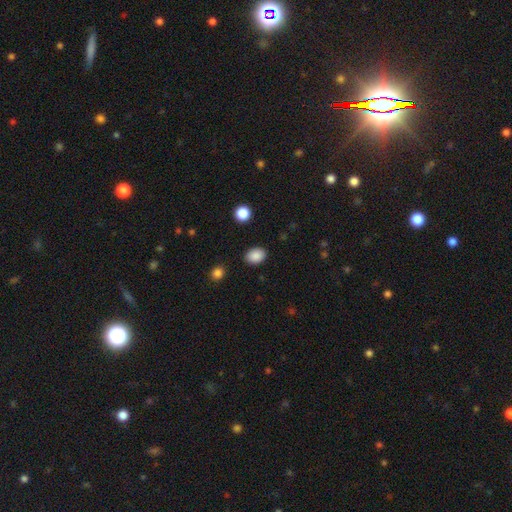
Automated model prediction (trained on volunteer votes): smooth-or-featured: smooth: 88% | star or artifact: 9% | featured or disk: 3%
  how-rounded: in between: 69% | round: 30% | cigar-shaped: 1%
  merging: none: 88% | minor disturbance: 8% | major disturbance: 2% | merger: 1%